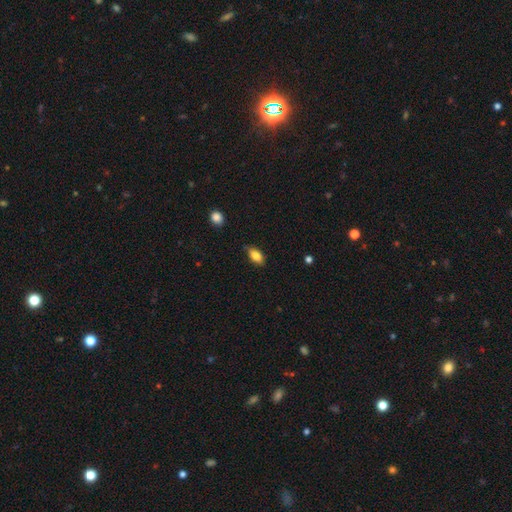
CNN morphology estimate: Smooth or featured? smooth (83%)
How rounded? in between (89%)
Merging? none (80%)